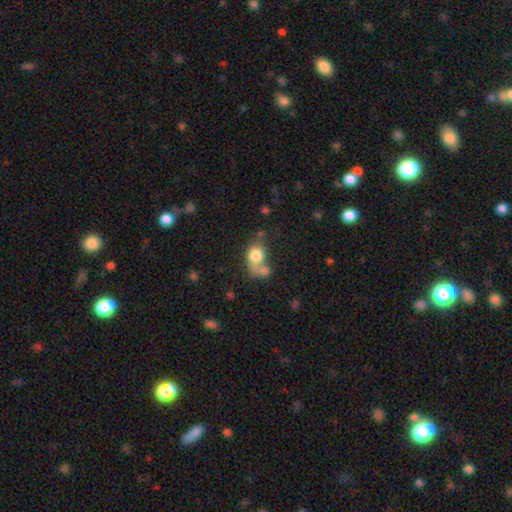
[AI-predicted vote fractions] Smooth or featured?
  - smooth: 76% *
  - featured or disk: 15%
  - star or artifact: 9%
How rounded?
  - in between: 51% *
  - round: 48%
  - cigar-shaped: 2%
Merging?
  - merger: 45% *
  - none: 29%
  - minor disturbance: 14%
  - major disturbance: 13%